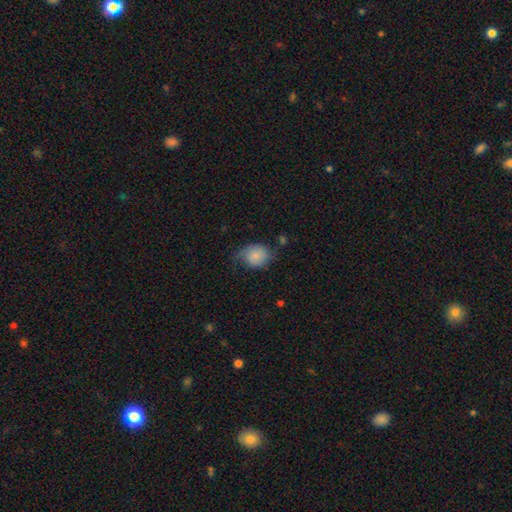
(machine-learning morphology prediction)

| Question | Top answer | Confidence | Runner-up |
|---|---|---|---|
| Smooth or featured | smooth | 71% | featured or disk (21%) |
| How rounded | round | 55% | in between (44%) |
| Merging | none | 46% | minor disturbance (36%) |